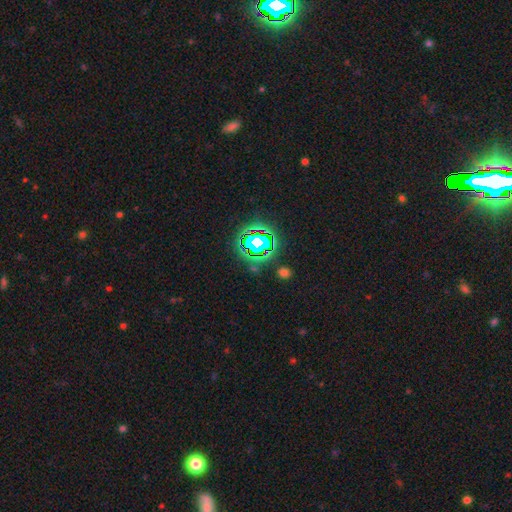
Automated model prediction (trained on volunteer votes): Q: Smooth or featured?
A: star or artifact (82%); runner-up: smooth (11%)